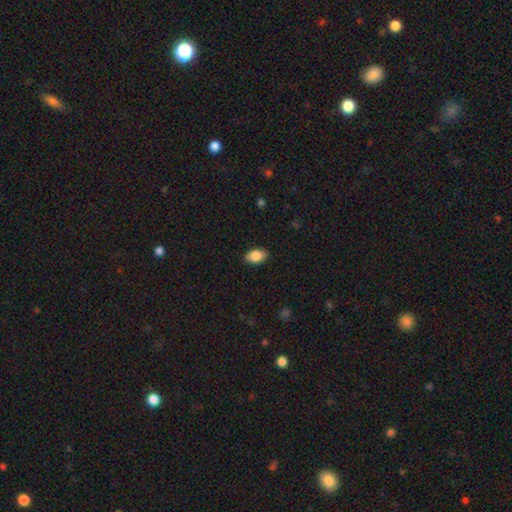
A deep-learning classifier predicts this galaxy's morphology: Q: Smooth or featured?
A: smooth (86%); runner-up: star or artifact (7%)
Q: How rounded?
A: in between (91%); runner-up: round (8%)
Q: Merging?
A: none (89%); runner-up: minor disturbance (8%)